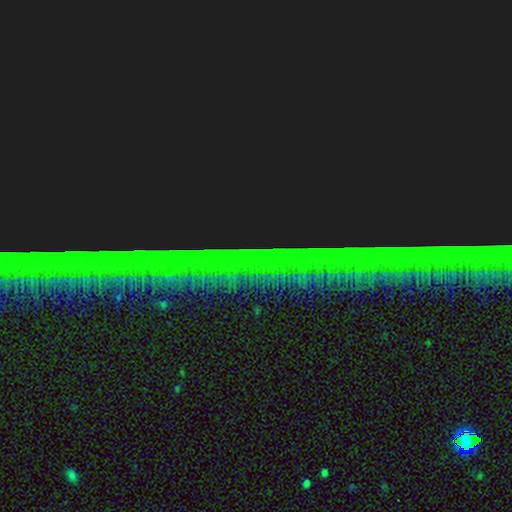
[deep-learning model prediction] This is clearly a star or artifact rather than a galaxy (87%).